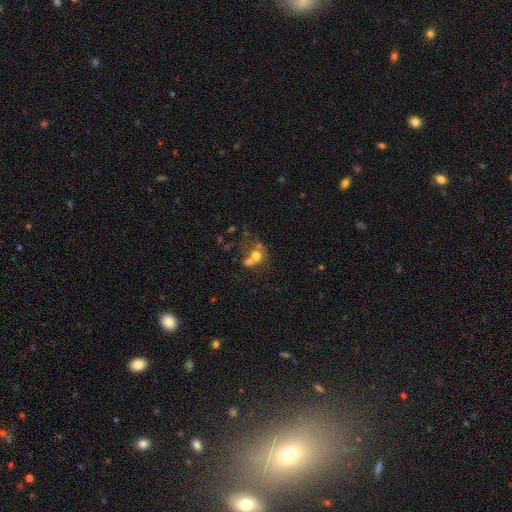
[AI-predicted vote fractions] A smooth galaxy with no disk features (59%) that is round (64%). Merging: merger (59%).